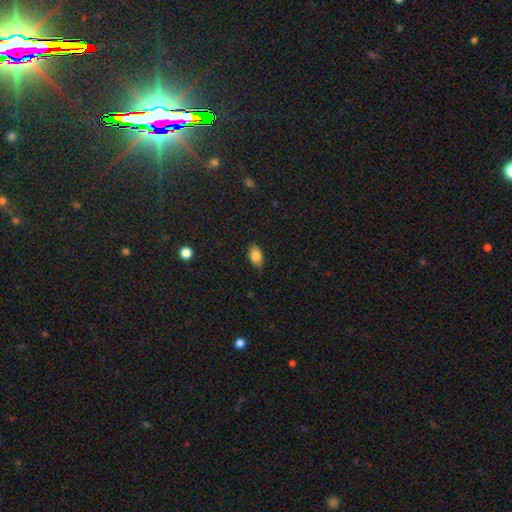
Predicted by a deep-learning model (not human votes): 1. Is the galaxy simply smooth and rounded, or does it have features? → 83% smooth, 9% featured or disk, 8% star or artifact.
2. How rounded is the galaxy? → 92% in between, 6% round, 2% cigar-shaped.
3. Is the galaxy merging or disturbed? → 85% none, 12% minor disturbance, 2% major disturbance, 1% merger.